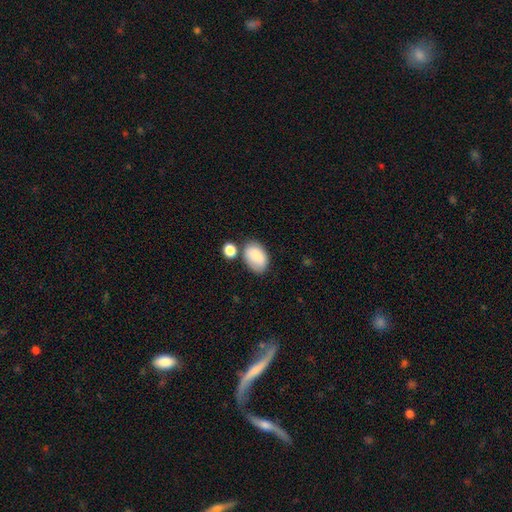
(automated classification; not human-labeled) Smooth or featured? smooth (85%)
How rounded? in between (89%)
Merging? none (62%)